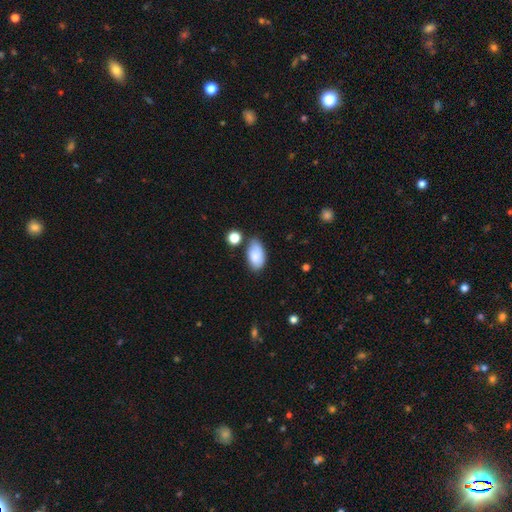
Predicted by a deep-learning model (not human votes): This appears to be a smooth galaxy with no disk features (85%) that is in between round and cigar-shaped (94%). Merging: none (63%).